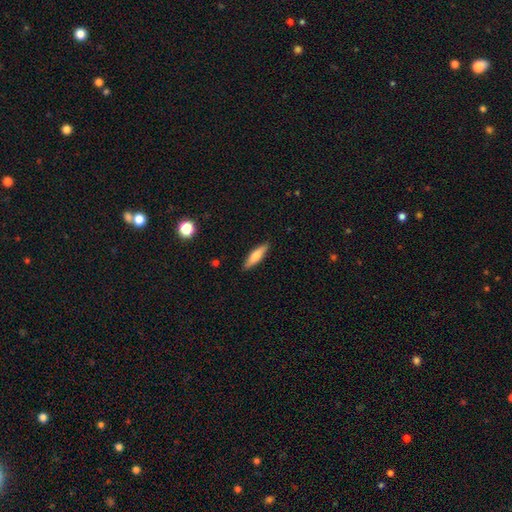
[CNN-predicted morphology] A smooth galaxy with no disk features (69%) that is cigar-shaped (70%). Merging: none (89%).